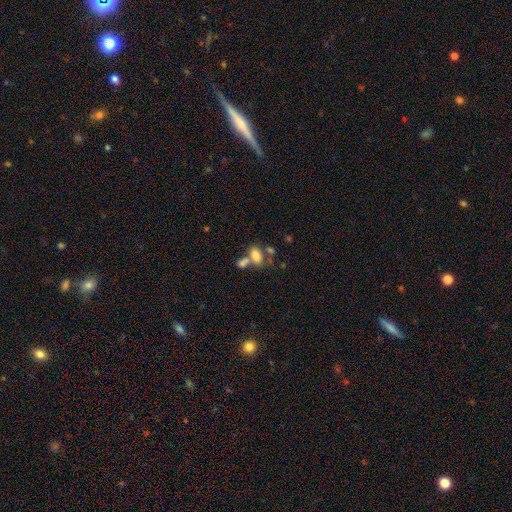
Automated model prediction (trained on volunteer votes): Overall: smooth (75%). How rounded: in between (88%). Merging: merger (43%; none 39%).